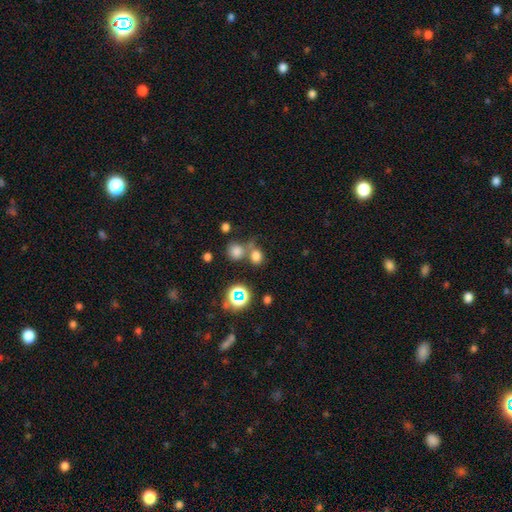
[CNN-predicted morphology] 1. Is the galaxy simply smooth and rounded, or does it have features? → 71% smooth, 22% star or artifact, 8% featured or disk.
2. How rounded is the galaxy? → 62% round, 37% in between, 1% cigar-shaped.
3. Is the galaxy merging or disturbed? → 53% none, 32% merger, 10% minor disturbance, 5% major disturbance.